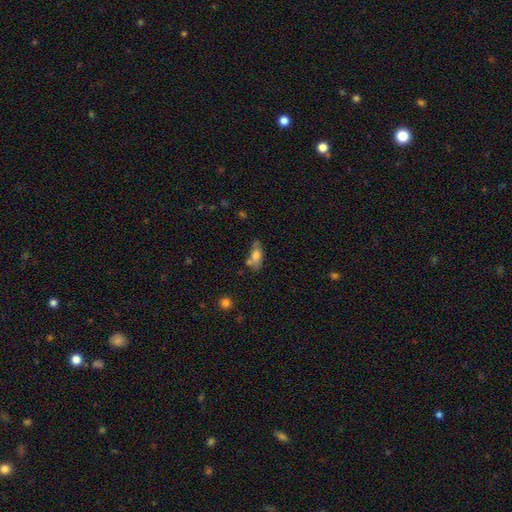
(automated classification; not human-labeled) The model was most divided on "merging": none: 56%, minor disturbance: 21%, merger: 18%, major disturbance: 6%. More confident: how rounded — in between (80%); smooth or featured — smooth (68%).